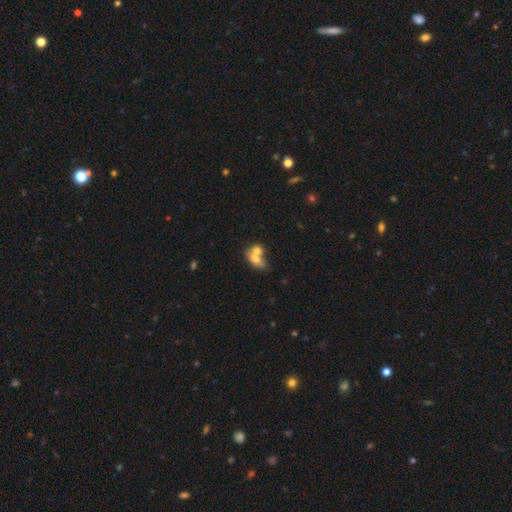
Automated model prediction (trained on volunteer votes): Q: Smooth or featured?
A: smooth (69%); runner-up: featured or disk (23%)
Q: How rounded?
A: in between (73%); runner-up: round (24%)
Q: Merging?
A: merger (66%); runner-up: none (21%)